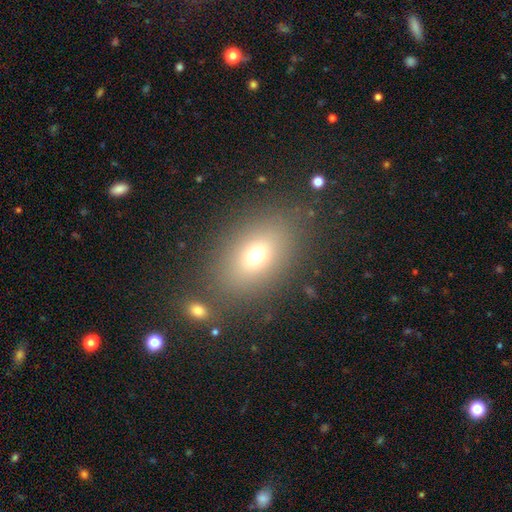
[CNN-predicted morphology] smooth-or-featured: smooth: 68% | star or artifact: 16% | featured or disk: 16%
  how-rounded: in between: 76% | round: 22% | cigar-shaped: 2%
  merging: none: 81% | minor disturbance: 9% | major disturbance: 5% | merger: 5%